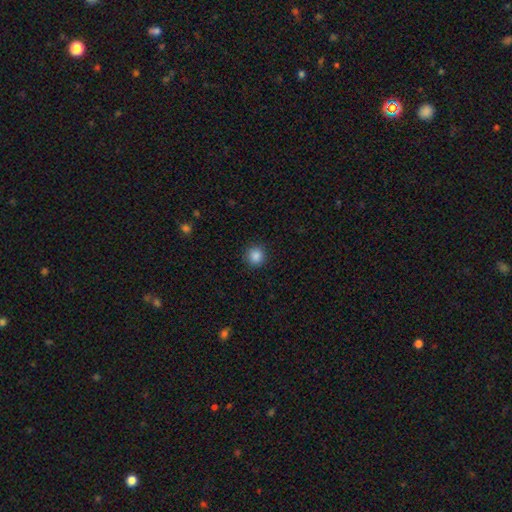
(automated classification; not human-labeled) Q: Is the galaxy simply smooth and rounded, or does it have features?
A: smooth — 86%.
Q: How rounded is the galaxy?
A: round — 94%.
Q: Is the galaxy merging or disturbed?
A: none — 91%.